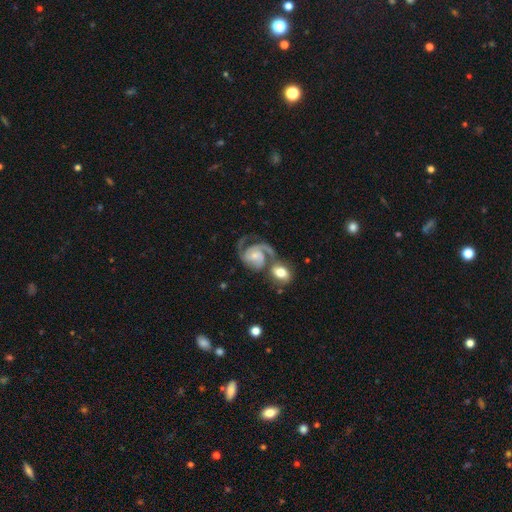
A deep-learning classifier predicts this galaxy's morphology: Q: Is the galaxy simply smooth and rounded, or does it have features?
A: featured or disk — 87%.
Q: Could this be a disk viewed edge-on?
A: no — 98%.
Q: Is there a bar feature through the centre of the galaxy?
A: no — 68%.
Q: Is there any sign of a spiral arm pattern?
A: yes — 97%.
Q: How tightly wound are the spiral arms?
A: medium — 48%.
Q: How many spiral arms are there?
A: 2 — 64%.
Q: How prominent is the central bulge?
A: small — 61%.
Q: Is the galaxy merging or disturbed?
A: none — 36%.